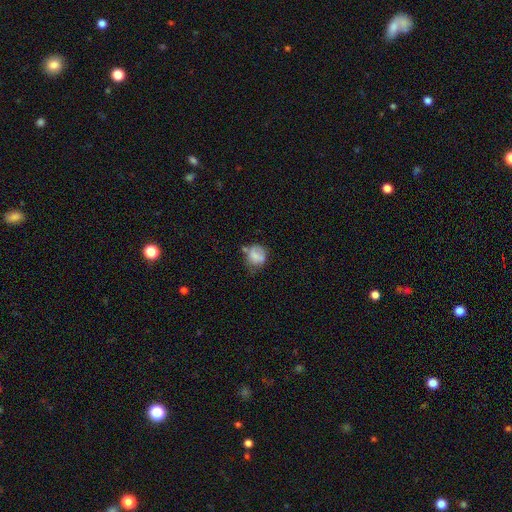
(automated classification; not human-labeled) Smooth or featured? Predicted: smooth (p=0.71). How rounded? Predicted: round (p=0.71). Merging? Predicted: none (p=0.44).